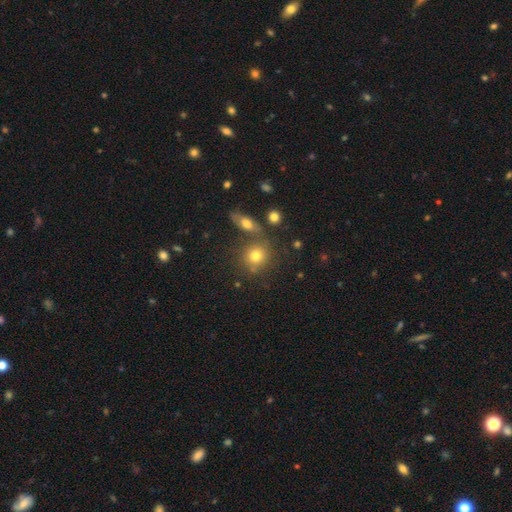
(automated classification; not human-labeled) Overall: smooth (76%). How rounded: round (81%). Merging: none (66%).